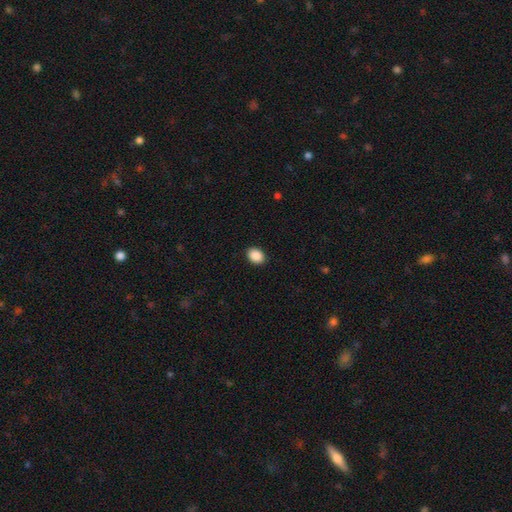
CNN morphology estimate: smooth-or-featured: smooth: 90% | star or artifact: 8% | featured or disk: 3%
  how-rounded: in between: 69% | round: 30% | cigar-shaped: 1%
  merging: none: 91% | minor disturbance: 6% | major disturbance: 2% | merger: 1%